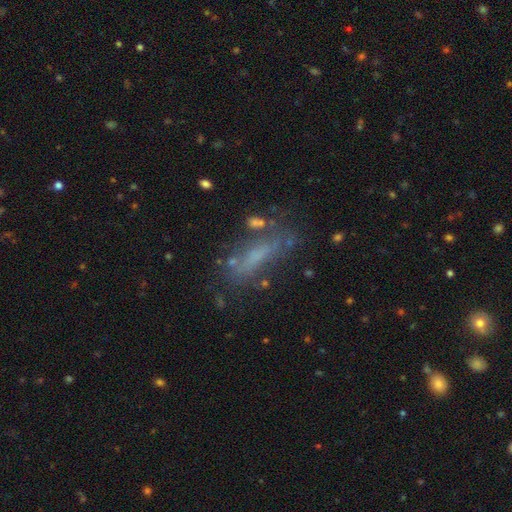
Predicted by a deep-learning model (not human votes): Smooth or featured: smooth — 44% (featured or disk — 39%)
Merging: none — 52% (minor disturbance — 21%)